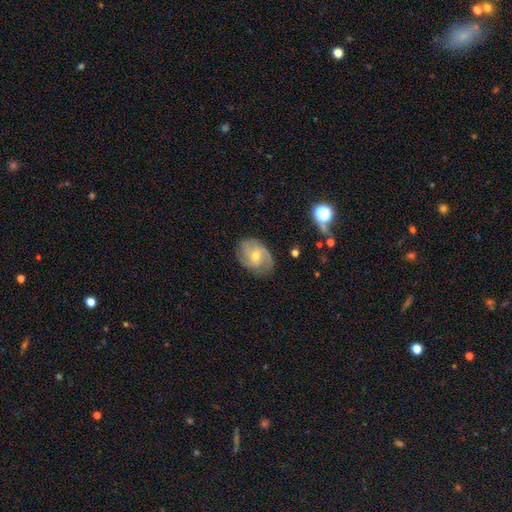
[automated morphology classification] featured or disk 71%, smooth 22%, star or artifact 7%. Down the decision tree: edge-on disk — no (97%); bar — no (57%); spiral arms — yes (90%); spiral arm count — 2 (35%); spiral winding — medium (44%); bulge size — moderate (52%); merging — none (71%).